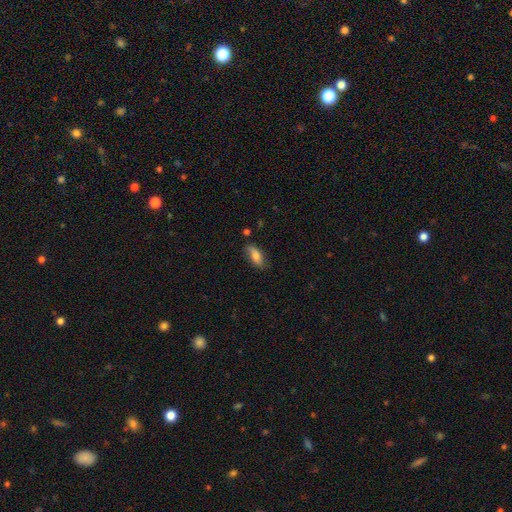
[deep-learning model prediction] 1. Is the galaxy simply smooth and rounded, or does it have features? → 72% smooth, 20% featured or disk, 7% star or artifact.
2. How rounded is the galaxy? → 82% in between, 15% cigar-shaped, 3% round.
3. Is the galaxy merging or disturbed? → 74% none, 20% minor disturbance, 4% major disturbance, 2% merger.